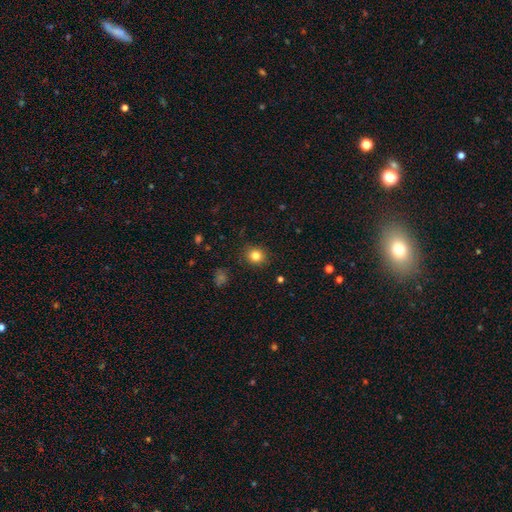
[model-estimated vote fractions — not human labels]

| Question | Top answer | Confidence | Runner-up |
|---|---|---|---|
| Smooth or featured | smooth | 83% | star or artifact (12%) |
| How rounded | round | 79% | in between (20%) |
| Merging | none | 88% | minor disturbance (8%) |